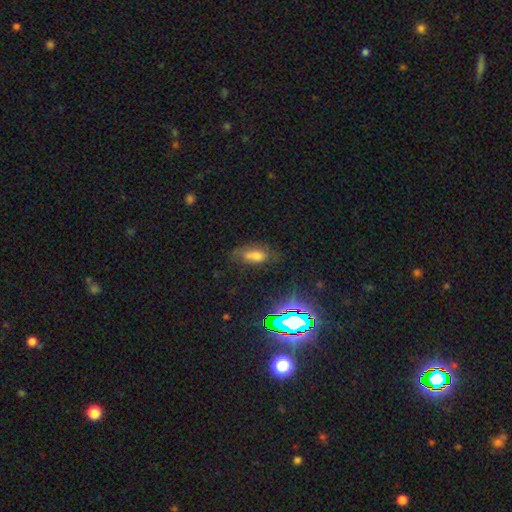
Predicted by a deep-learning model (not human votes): Overall: smooth (57%; star or artifact 25%). How rounded: in between (80%). Merging: none (53%; minor disturbance 27%).